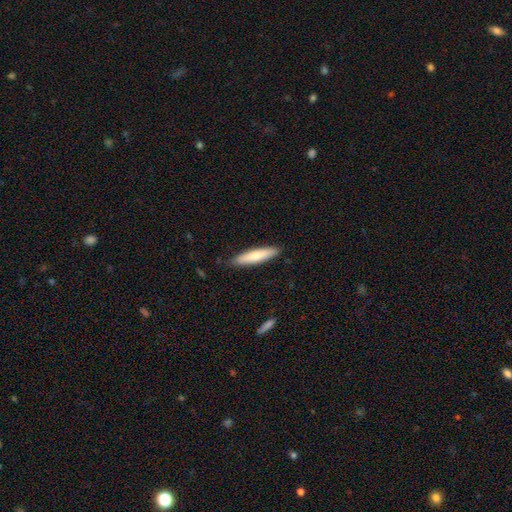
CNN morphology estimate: The model was most divided on "smooth or featured": smooth: 76%, featured or disk: 19%, star or artifact: 5%. More confident: merging — none (87%); how rounded — cigar-shaped (85%).